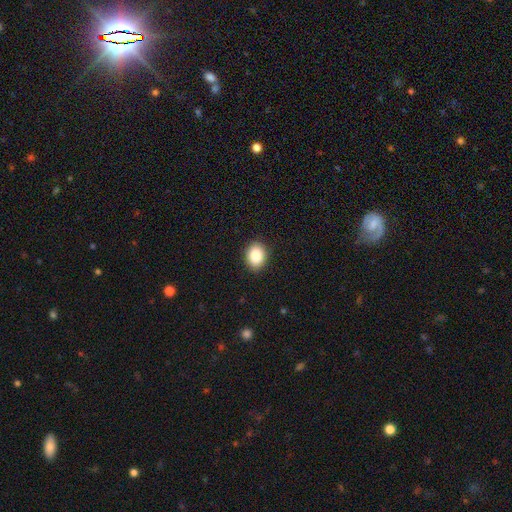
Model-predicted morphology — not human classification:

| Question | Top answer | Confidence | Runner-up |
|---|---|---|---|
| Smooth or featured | smooth | 85% | star or artifact (9%) |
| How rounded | in between | 55% | round (44%) |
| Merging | none | 90% | minor disturbance (7%) |